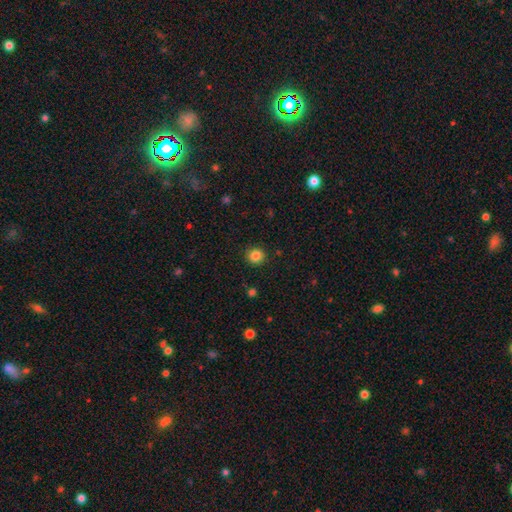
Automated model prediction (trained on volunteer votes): Smooth or featured? smooth (85%)
How rounded? round (92%)
Merging? none (91%)